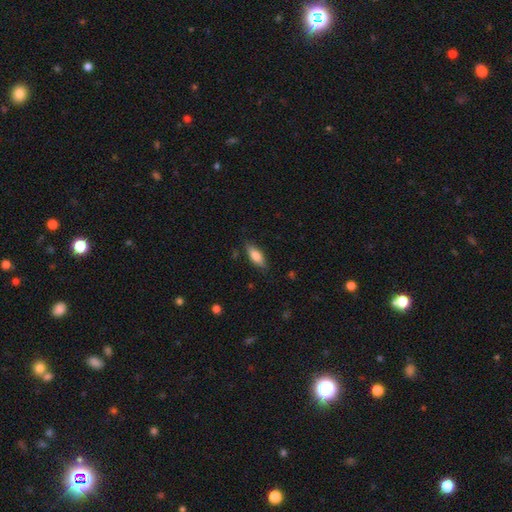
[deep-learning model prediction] A smooth galaxy with no disk features (75%) that is in between round and cigar-shaped (67%).

Vote fractions:
- Smooth or featured? smooth: 75% / featured or disk: 18% / star or artifact: 6%
- How rounded? in between: 67% / cigar-shaped: 30% / round: 2%
- Merging? none: 82% / minor disturbance: 14% / major disturbance: 3% / merger: 1%